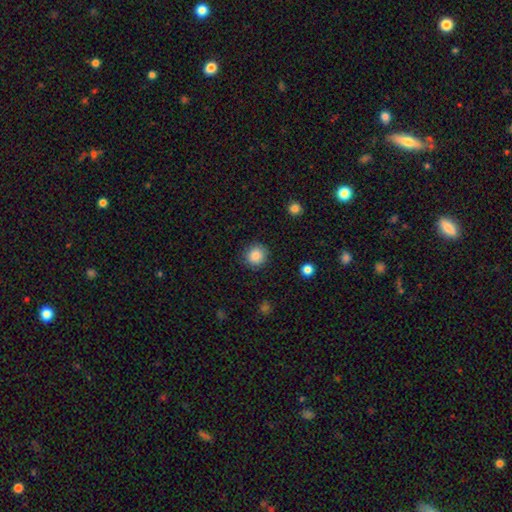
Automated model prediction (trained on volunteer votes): Smooth or featured?
  - smooth: 86% *
  - star or artifact: 10%
  - featured or disk: 5%
How rounded?
  - round: 92% *
  - in between: 7%
  - cigar-shaped: 1%
Merging?
  - none: 89% *
  - minor disturbance: 8%
  - major disturbance: 2%
  - merger: 1%